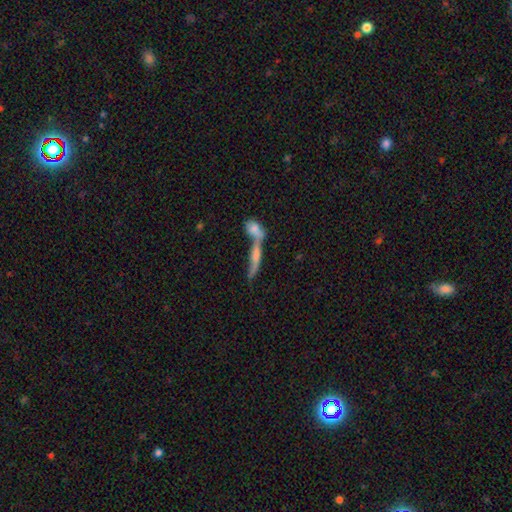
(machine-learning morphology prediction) Smooth or featured? smooth (56%)
How rounded? cigar-shaped (71%)
Merging? merger (61%)